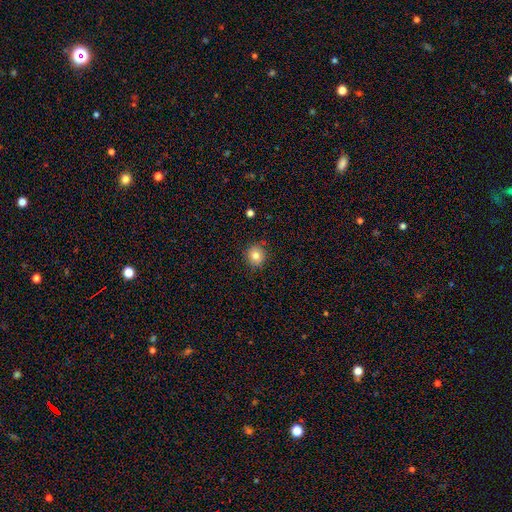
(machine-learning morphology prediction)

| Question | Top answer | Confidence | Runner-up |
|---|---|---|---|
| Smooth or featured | smooth | 81% | star or artifact (11%) |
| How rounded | round | 90% | in between (9%) |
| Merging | none | 87% | minor disturbance (9%) |